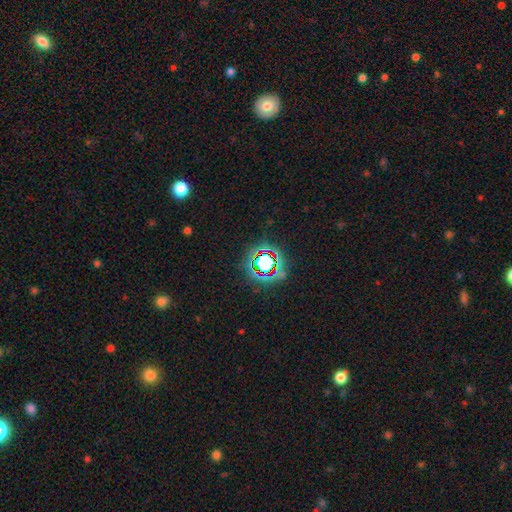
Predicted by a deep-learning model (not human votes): smooth-or-featured: star or artifact: 72% | smooth: 17% | featured or disk: 11%